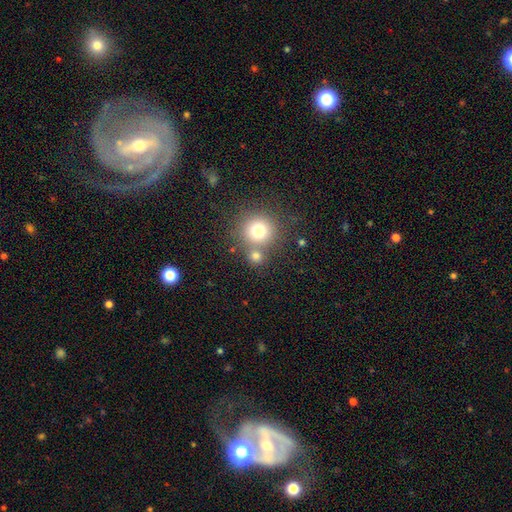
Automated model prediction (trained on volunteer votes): Morphology: type=smooth (76%); roundness=round (89%); merging=none (63%).